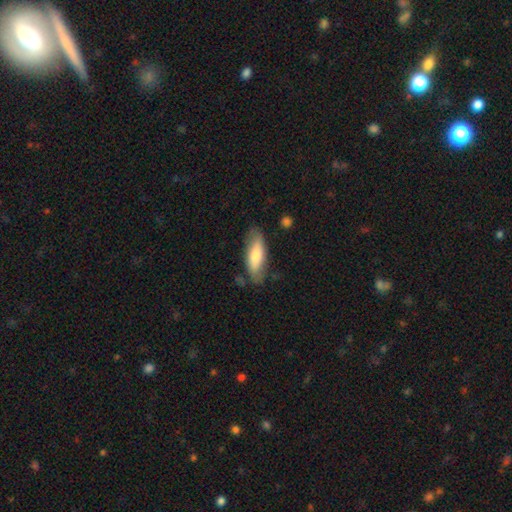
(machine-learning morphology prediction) Q: Smooth or featured?
A: smooth (72%); runner-up: featured or disk (22%)
Q: How rounded?
A: in between (63%); runner-up: cigar-shaped (35%)
Q: Merging?
A: none (74%); runner-up: minor disturbance (19%)